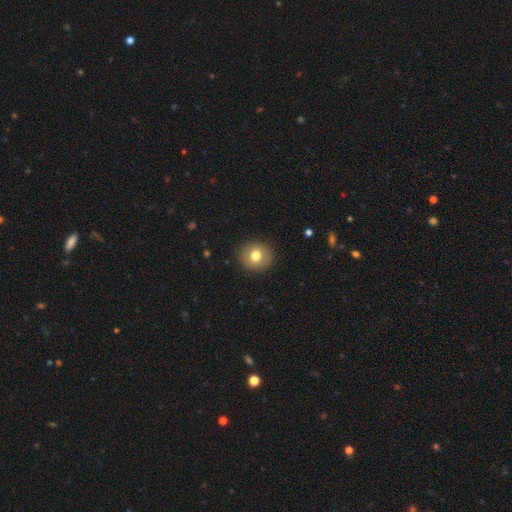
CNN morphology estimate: A smooth galaxy with no disk features (76%) that is round (84%). Merging: none (89%).